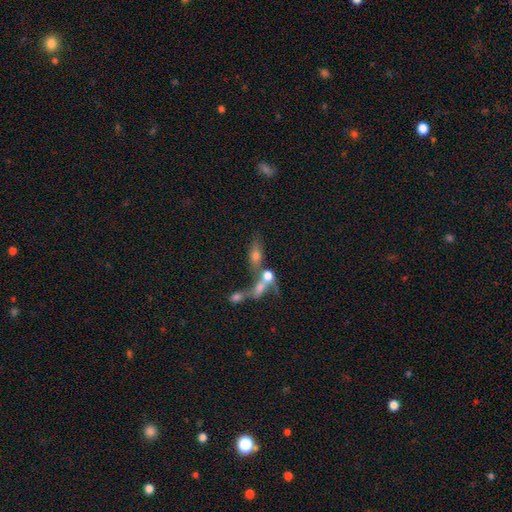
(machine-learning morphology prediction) This is likely a smooth galaxy (60%). How rounded: likely in between (65%). Merging: possibly merger (57%).